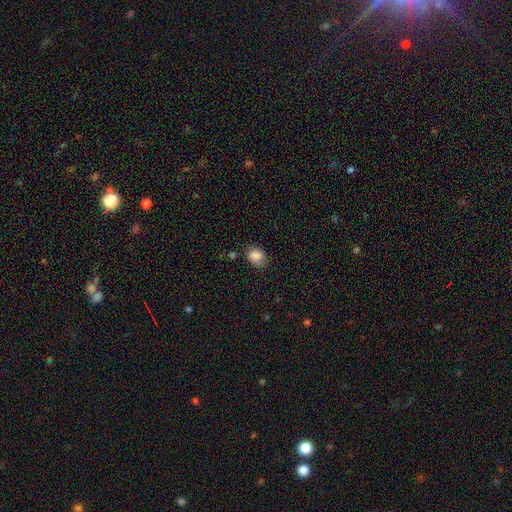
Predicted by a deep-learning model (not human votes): Smooth or featured? smooth (85%)
How rounded? in between (59%)
Merging? none (68%)